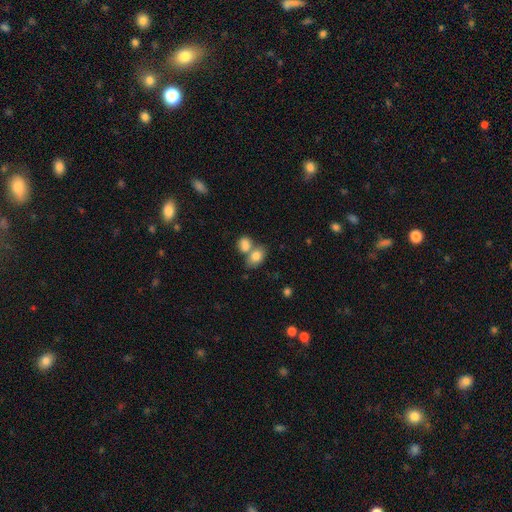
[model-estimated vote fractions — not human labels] The model was most divided on "merging": merger: 50%, none: 36%, minor disturbance: 10%, major disturbance: 4%. More confident: smooth or featured — smooth (81%); how rounded — in between (75%).